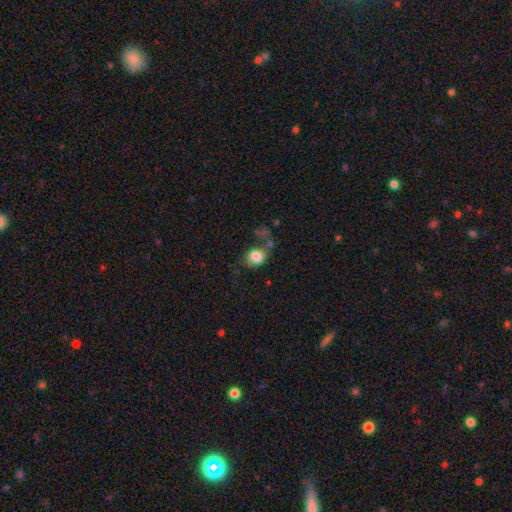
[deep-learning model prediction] A smooth galaxy with no disk features (79%) that is in between round and cigar-shaped (50%). Merging: none (41%).